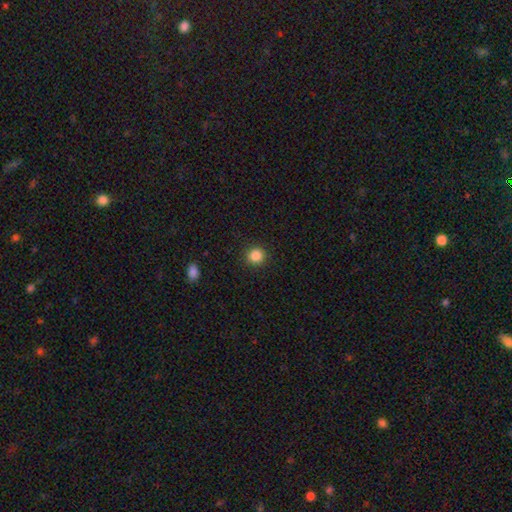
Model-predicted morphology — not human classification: Smooth or featured?
  - smooth: 85% *
  - star or artifact: 11%
  - featured or disk: 4%
How rounded?
  - round: 92% *
  - in between: 7%
  - cigar-shaped: 1%
Merging?
  - none: 91% *
  - minor disturbance: 6%
  - major disturbance: 2%
  - merger: 1%